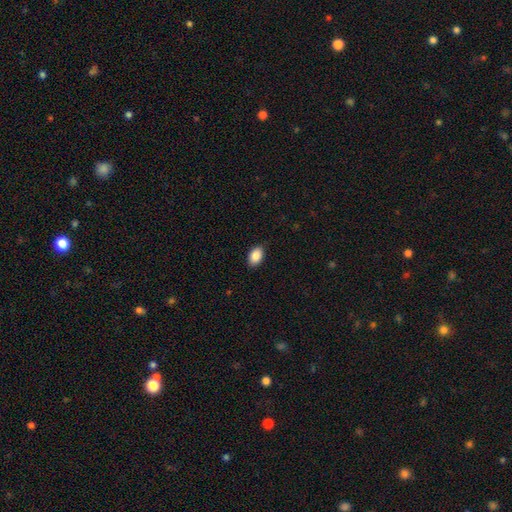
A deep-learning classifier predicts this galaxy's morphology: A smooth galaxy with no disk features (89%) that is in between round and cigar-shaped (89%).

Vote fractions:
- Smooth or featured? smooth: 89% / star or artifact: 7% / featured or disk: 4%
- How rounded? in between: 89% / round: 10% / cigar-shaped: 1%
- Merging? none: 88% / minor disturbance: 9% / major disturbance: 2% / merger: 1%